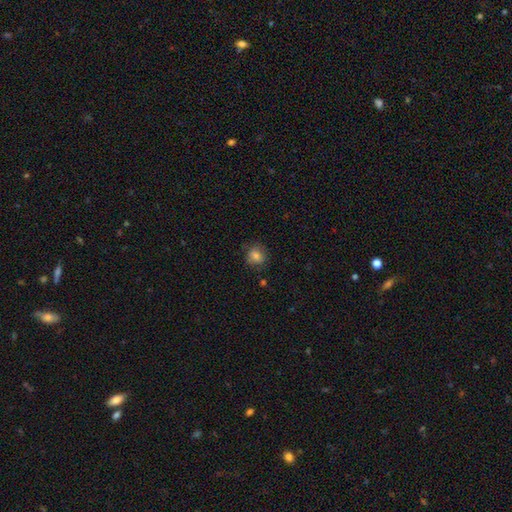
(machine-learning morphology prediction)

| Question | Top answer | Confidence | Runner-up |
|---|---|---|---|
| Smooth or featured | smooth | 76% | star or artifact (12%) |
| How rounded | round | 70% | in between (28%) |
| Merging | none | 76% | minor disturbance (17%) |